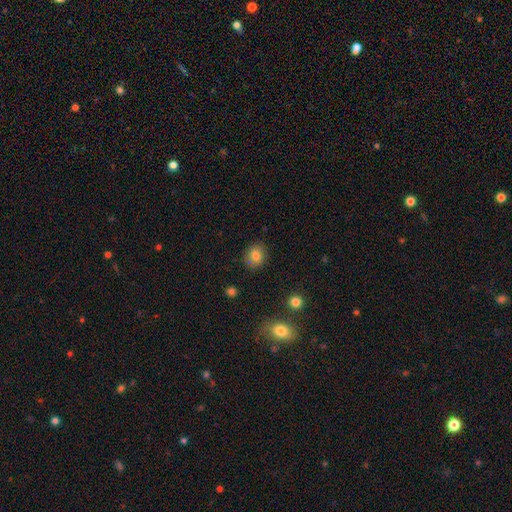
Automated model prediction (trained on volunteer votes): The model was most divided on "how rounded": round: 67%, in between: 32%, cigar-shaped: 1%. More confident: merging — none (86%); smooth or featured — smooth (81%).